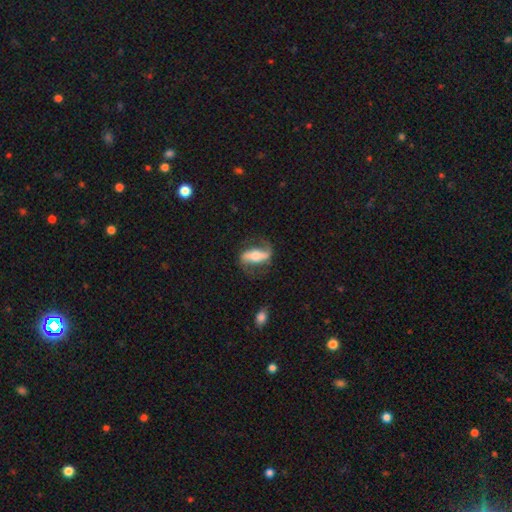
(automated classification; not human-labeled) Smooth or featured?
  - featured or disk: 74% *
  - smooth: 20%
  - star or artifact: 6%
Edge-on disk?
  - no: 83% *
  - yes: 17%
Bar?
  - strong: 63% *
  - weak: 20%
  - no: 17%
Spiral arms?
  - yes: 85% *
  - no: 15%
Spiral winding?
  - loose: 51% *
  - medium: 34%
  - tight: 15%
Spiral arm count?
  - 2: 87% *
  - 1: 5%
  - can't tell: 5%
  - 3: 1%
  - 4: 1%
  - more than 4: 1%
Bulge size?
  - moderate: 52% *
  - small: 24%
  - large: 17%
  - none: 4%
  - dominant: 3%
Merging?
  - none: 68% *
  - minor disturbance: 17%
  - major disturbance: 13%
  - merger: 2%